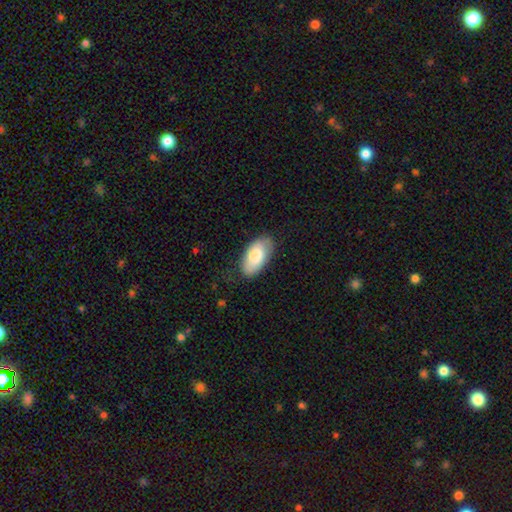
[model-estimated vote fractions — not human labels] smooth-or-featured: smooth: 79% | featured or disk: 15% | star or artifact: 6%
  how-rounded: in between: 95% | cigar-shaped: 3% | round: 2%
  merging: none: 75% | minor disturbance: 19% | major disturbance: 5% | merger: 1%